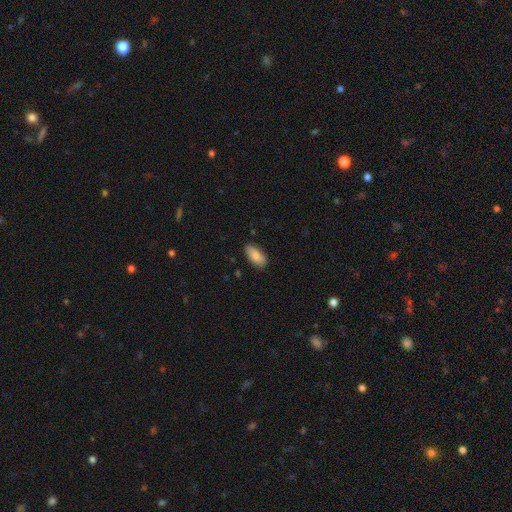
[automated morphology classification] smooth 86%, featured or disk 7%, star or artifact 6%. Down the decision tree: how rounded — in between (89%); merging — none (83%).